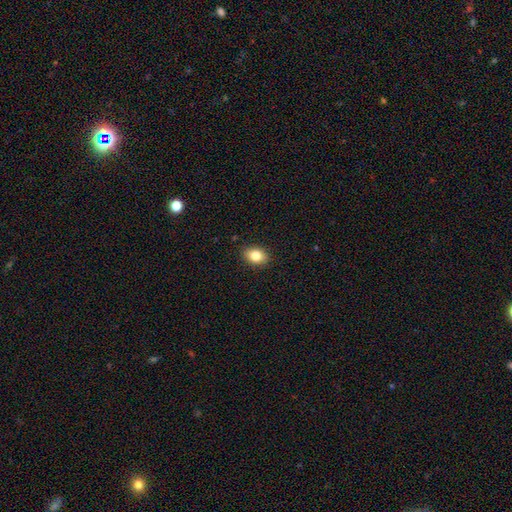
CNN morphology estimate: This is clearly a smooth galaxy (82%). How rounded: likely in between (76%). Merging: clearly none (89%).